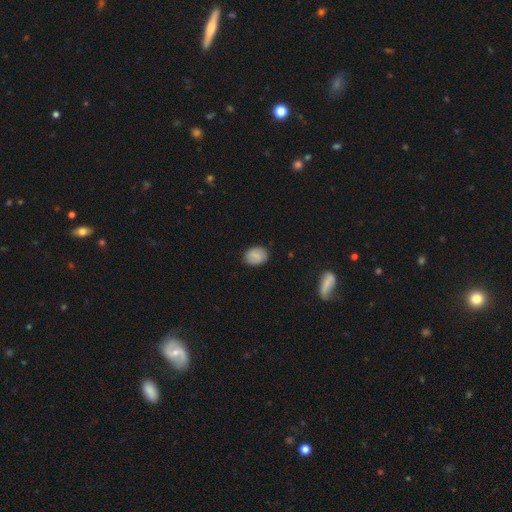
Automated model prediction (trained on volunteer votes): Smooth or featured: smooth — 75% (featured or disk — 17%)
How rounded: in between — 62% (round — 37%)
Merging: none — 85% (minor disturbance — 12%)